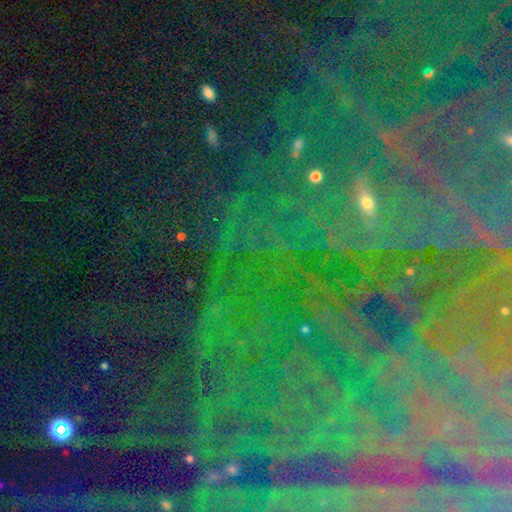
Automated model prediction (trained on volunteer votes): Overall: star or artifact (70%).